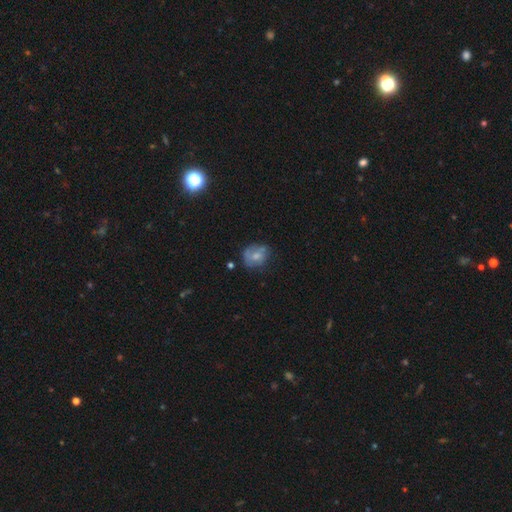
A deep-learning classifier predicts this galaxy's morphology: type=smooth (58%); roundness=round (58%); merging=none (51%).